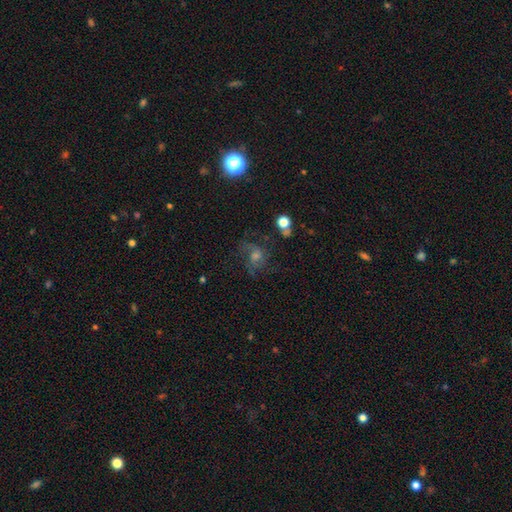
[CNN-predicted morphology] The model was most divided on "bulge size": moderate: 51%, small: 29%, large: 11%, none: 8%, dominant: 2%. More confident: edge-on disk — no (97%); spiral arms — yes (86%); bar — no (69%); merging — none (63%); smooth or featured — featured or disk (54%).